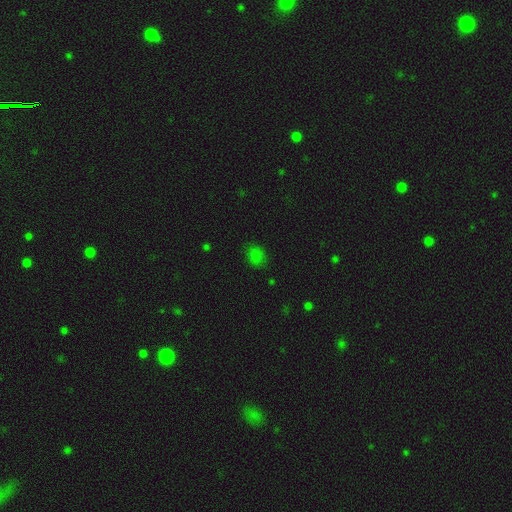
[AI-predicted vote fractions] smooth-or-featured: smooth: 77% | star or artifact: 18% | featured or disk: 5%
  how-rounded: round: 54% | in between: 45% | cigar-shaped: 1%
  merging: none: 80% | minor disturbance: 15% | major disturbance: 4% | merger: 2%